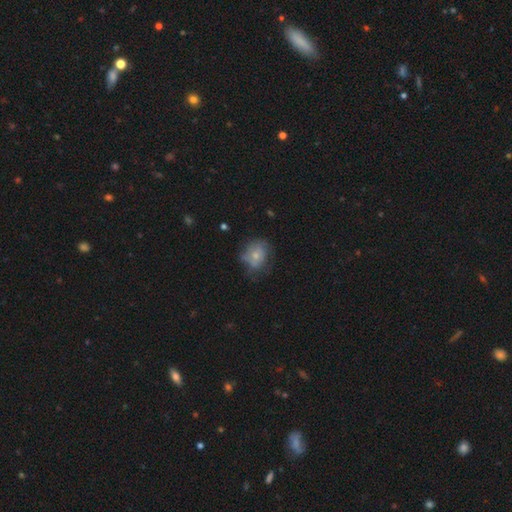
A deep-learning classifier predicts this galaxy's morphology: Overall: smooth (60%; featured or disk 31%). How rounded: round (56%; in between 43%). Merging: none (48%; minor disturbance 33%).